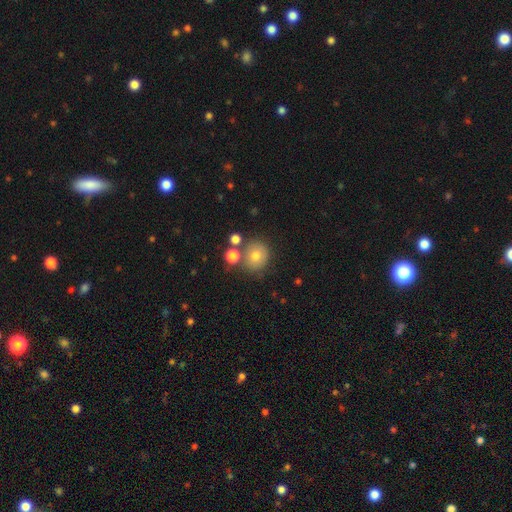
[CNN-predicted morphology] This is likely a smooth galaxy (74%). How rounded: clearly round (84%). Merging: likely none (71%).